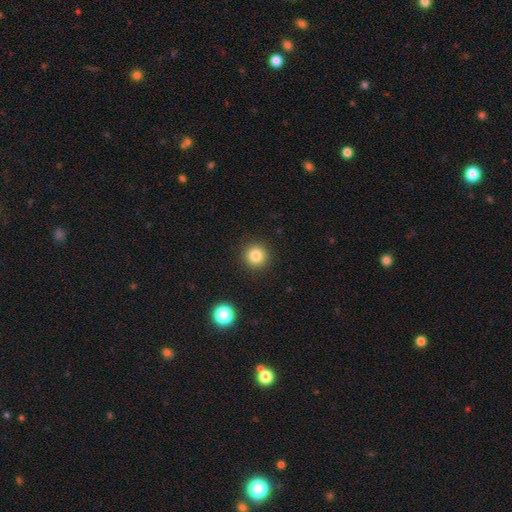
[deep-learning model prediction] Smooth or featured?
  - smooth: 82% *
  - star or artifact: 12%
  - featured or disk: 6%
How rounded?
  - round: 95% *
  - in between: 4%
  - cigar-shaped: 1%
Merging?
  - none: 92% *
  - minor disturbance: 5%
  - major disturbance: 2%
  - merger: 1%